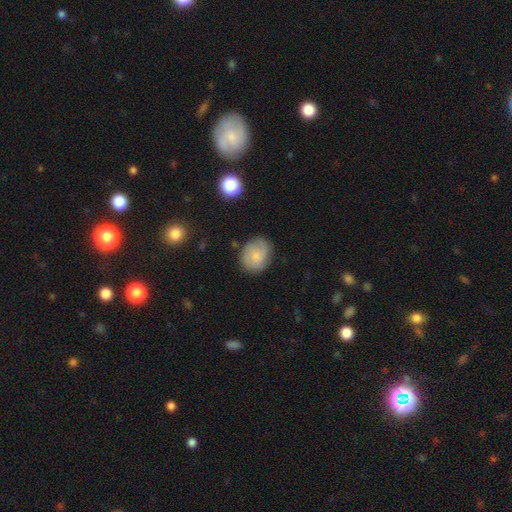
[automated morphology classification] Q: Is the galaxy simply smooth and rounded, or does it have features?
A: smooth — 60%.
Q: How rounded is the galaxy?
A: round — 61%.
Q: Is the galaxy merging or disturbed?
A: none — 71%.